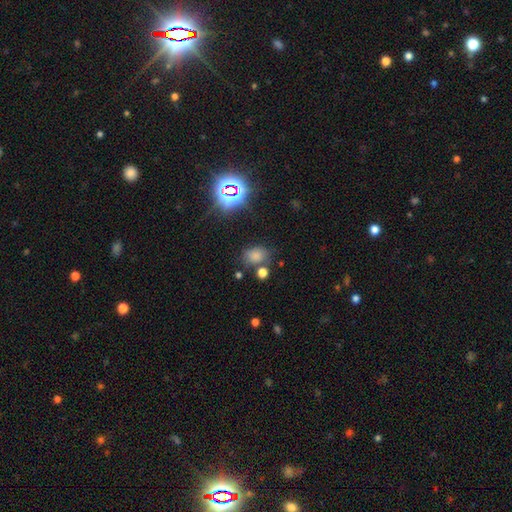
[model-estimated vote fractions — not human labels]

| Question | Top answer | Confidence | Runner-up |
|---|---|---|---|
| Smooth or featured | smooth | 70% | star or artifact (23%) |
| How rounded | in between | 62% | round (37%) |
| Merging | none | 67% | minor disturbance (16%) |